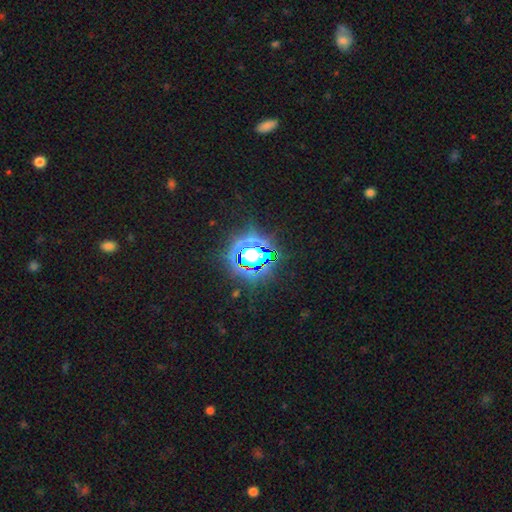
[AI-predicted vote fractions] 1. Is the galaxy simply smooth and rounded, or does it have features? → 73% star or artifact, 17% smooth, 10% featured or disk.